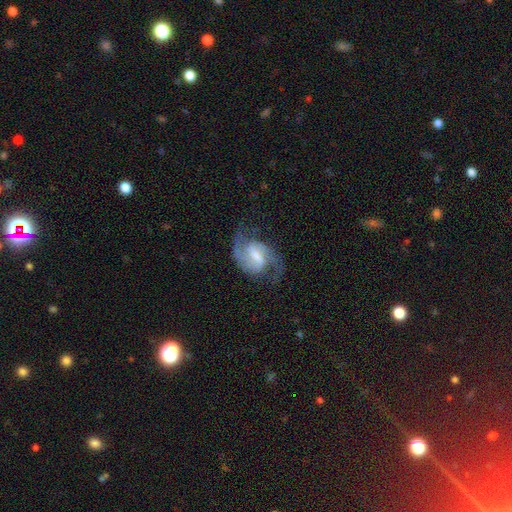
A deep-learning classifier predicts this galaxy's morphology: smooth-or-featured: featured or disk: 89% | smooth: 6% | star or artifact: 5%
  disk-edge-on: no: 98% | yes: 2%
    bar: weak: 55% | strong: 31% | no: 14%
    has-spiral-arms: yes: 97% | no: 3%
      spiral-winding: medium: 57% | loose: 27% | tight: 16%
      spiral-arm-count: 2: 92% | can't tell: 2% | 3: 2% | 1: 2% | 4: 1% | more than 4: 1%
    bulge-size: moderate: 38% | small: 29% | none: 19% | large: 12% | dominant: 2%
  merging: none: 73% | minor disturbance: 16% | major disturbance: 10% | merger: 2%